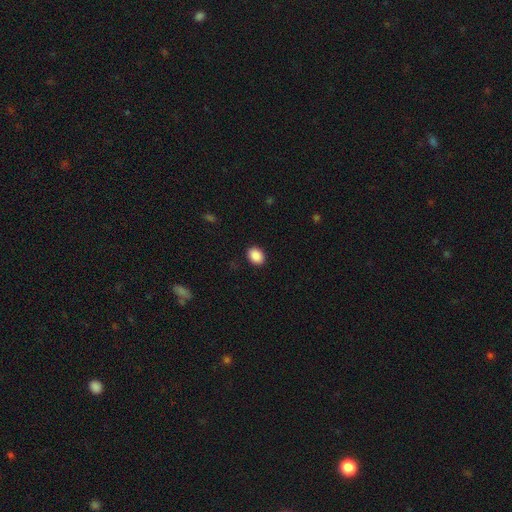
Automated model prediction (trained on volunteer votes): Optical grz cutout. It shows a smooth galaxy with no disk features (90%) that is in between round and cigar-shaped (66%). Merging: none (90%).